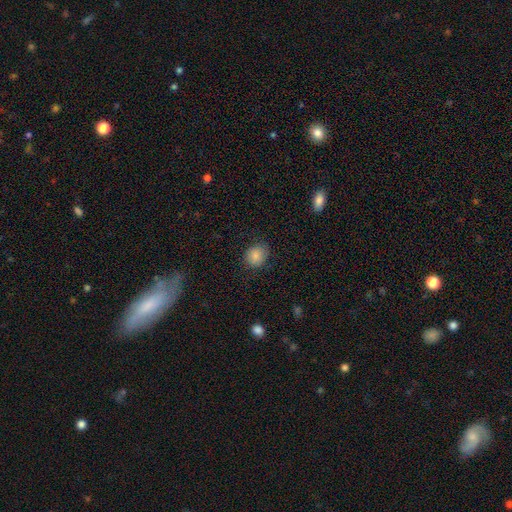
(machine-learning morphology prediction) The model was most divided on "how rounded": round: 69%, in between: 30%, cigar-shaped: 1%. More confident: smooth or featured — smooth (85%); merging — none (81%).